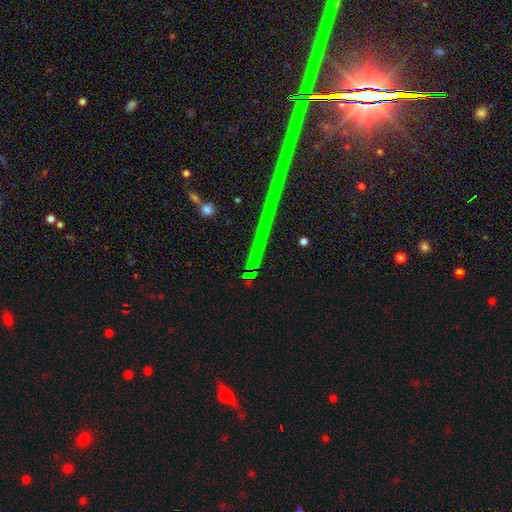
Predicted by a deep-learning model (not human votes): smooth-or-featured: star or artifact: 79% | featured or disk: 13% | smooth: 9%